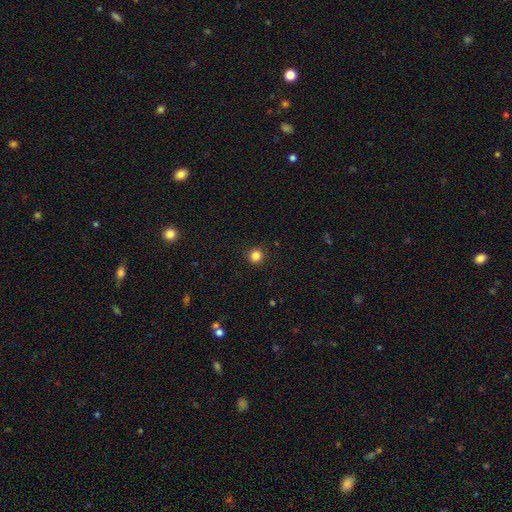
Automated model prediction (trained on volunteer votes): This is clearly a smooth galaxy (84%). How rounded: clearly round (95%). Merging: clearly none (93%).